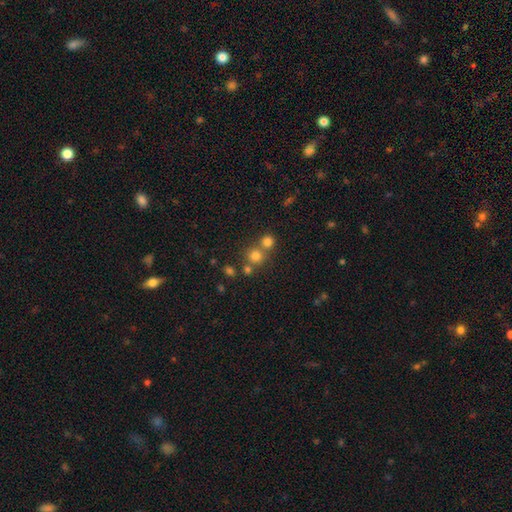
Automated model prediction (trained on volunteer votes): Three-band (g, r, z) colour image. It shows a smooth galaxy with no disk features (73%) that is round (89%). Merging: none (56%).